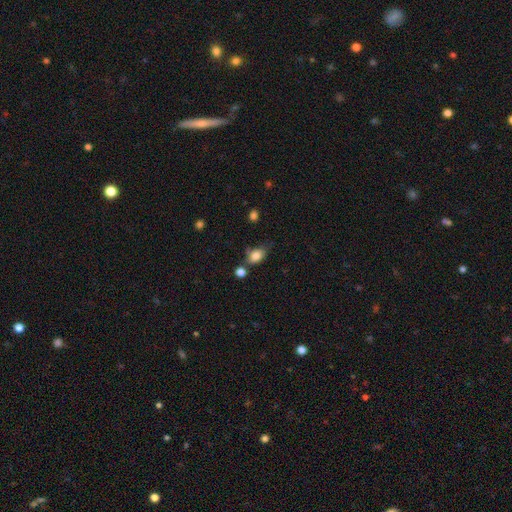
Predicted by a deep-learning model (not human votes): This appears to be a smooth galaxy with no disk features (82%) that is in between round and cigar-shaped (77%). Merging: none (50%).